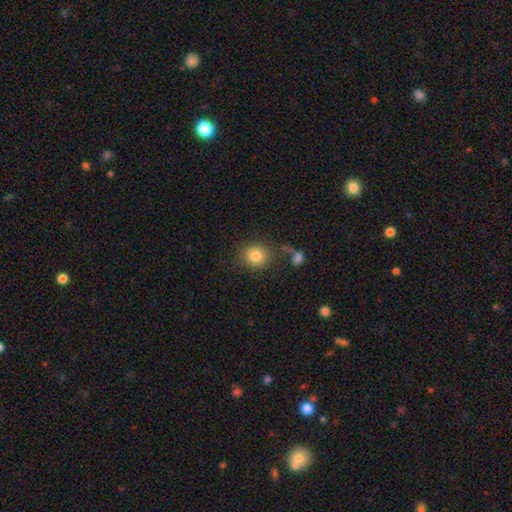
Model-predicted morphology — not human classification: A smooth galaxy with no disk features (84%) that is round (81%).

Vote fractions:
- Smooth or featured? smooth: 84% / star or artifact: 9% / featured or disk: 7%
- How rounded? round: 81% / in between: 18% / cigar-shaped: 1%
- Merging? none: 76% / minor disturbance: 11% / merger: 7% / major disturbance: 6%